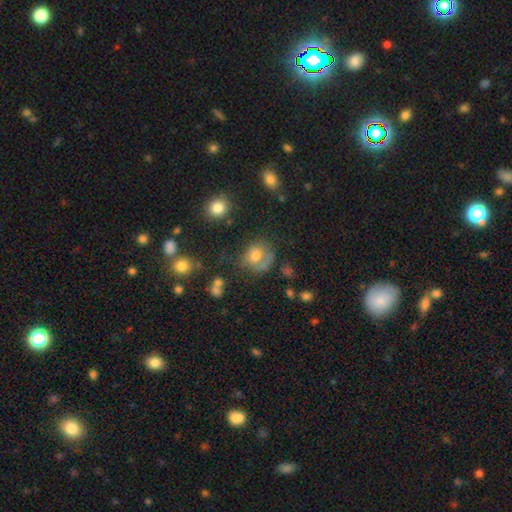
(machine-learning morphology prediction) type=smooth (58%); roundness=round (70%); merging=none (51%).